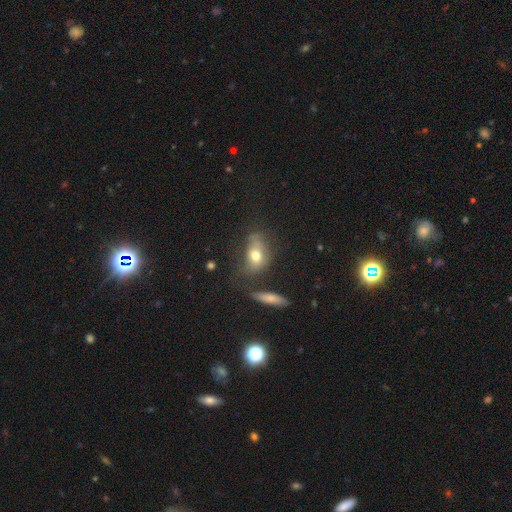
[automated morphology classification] smooth-or-featured: smooth: 67% | featured or disk: 22% | star or artifact: 11%
  how-rounded: in between: 77% | round: 19% | cigar-shaped: 4%
  merging: none: 46% | minor disturbance: 25% | major disturbance: 19% | merger: 10%